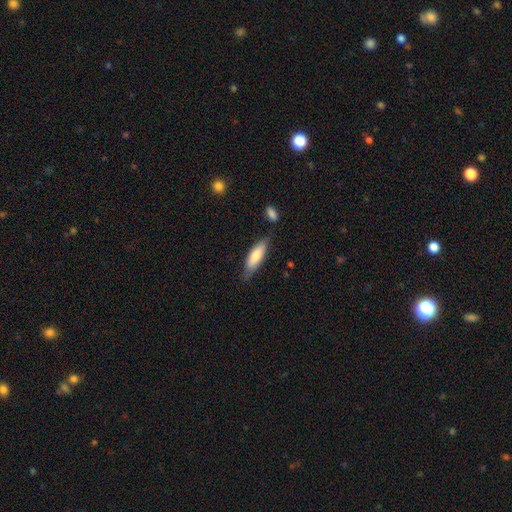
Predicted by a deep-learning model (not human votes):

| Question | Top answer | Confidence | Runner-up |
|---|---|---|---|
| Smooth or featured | smooth | 74% | featured or disk (21%) |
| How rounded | cigar-shaped | 53% | in between (46%) |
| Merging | none | 71% | minor disturbance (20%) |